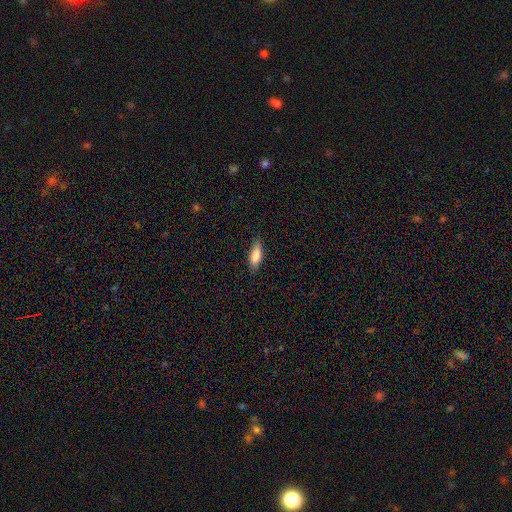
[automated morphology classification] Q: Smooth or featured?
A: smooth (84%); runner-up: featured or disk (10%)
Q: How rounded?
A: in between (64%); runner-up: cigar-shaped (34%)
Q: Merging?
A: none (81%); runner-up: minor disturbance (15%)